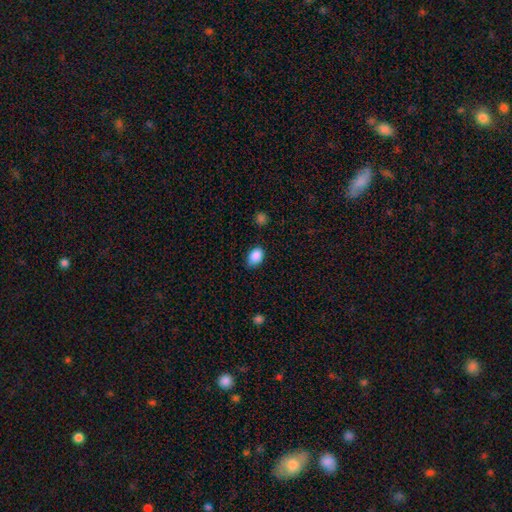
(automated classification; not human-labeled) This is clearly a smooth galaxy (88%). How rounded: likely in between (78%). Merging: likely none (77%).